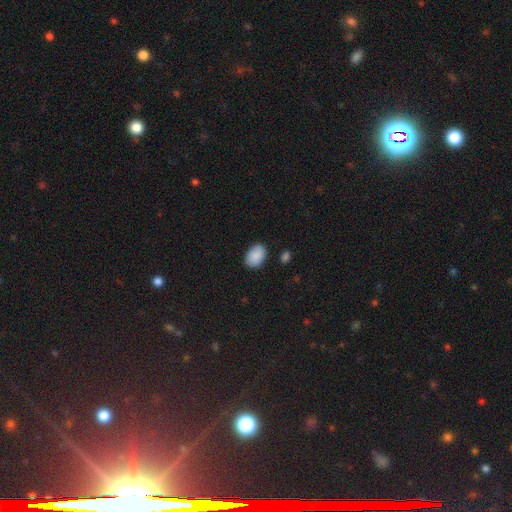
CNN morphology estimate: Q: Smooth or featured?
A: smooth (90%); runner-up: star or artifact (7%)
Q: How rounded?
A: in between (86%); runner-up: round (13%)
Q: Merging?
A: none (84%); runner-up: minor disturbance (11%)